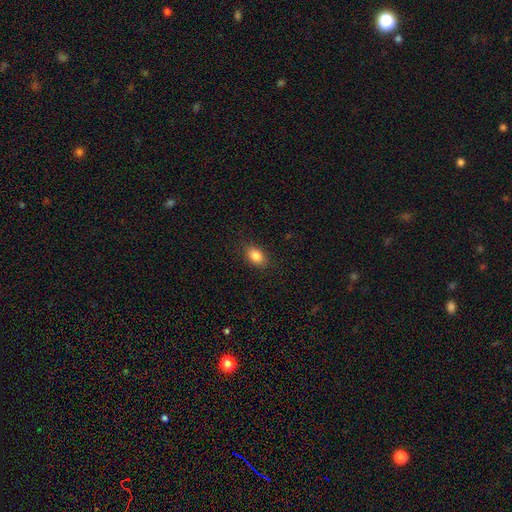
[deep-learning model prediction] smooth-or-featured: smooth: 86% | star or artifact: 8% | featured or disk: 6%
  how-rounded: in between: 85% | round: 14% | cigar-shaped: 2%
  merging: none: 87% | minor disturbance: 9% | major disturbance: 3% | merger: 1%